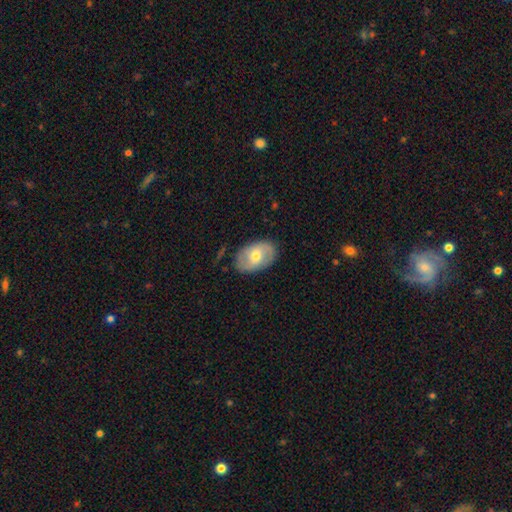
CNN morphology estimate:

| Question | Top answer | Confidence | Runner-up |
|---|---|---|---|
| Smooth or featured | smooth | 52% | featured or disk (42%) |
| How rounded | in between | 87% | round (12%) |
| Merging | none | 82% | minor disturbance (13%) |